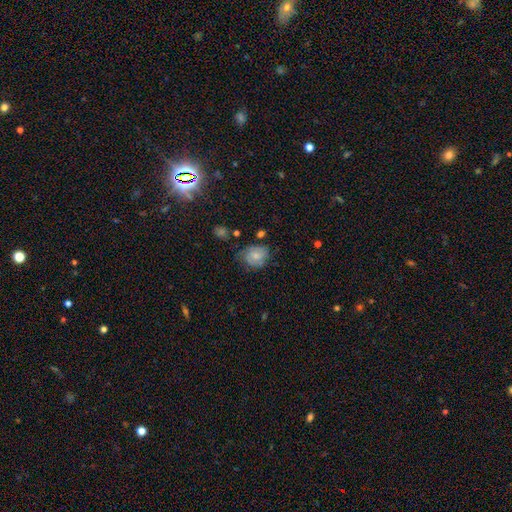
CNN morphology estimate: A smooth galaxy with no disk features (53%) that is round (53%). Merging: none (59%).